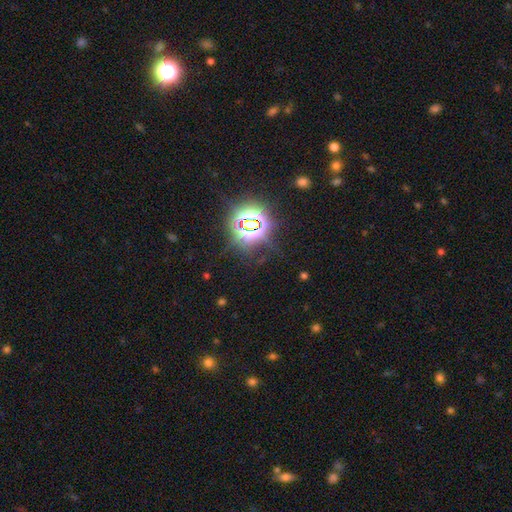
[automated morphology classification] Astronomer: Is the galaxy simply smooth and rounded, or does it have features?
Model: star or artifact — 80%.